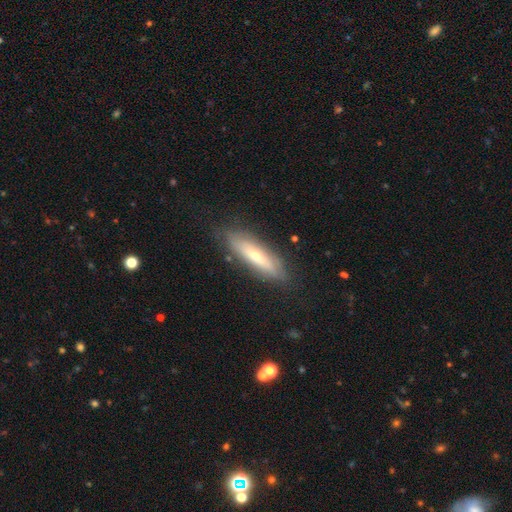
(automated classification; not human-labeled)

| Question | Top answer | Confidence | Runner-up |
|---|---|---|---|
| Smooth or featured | smooth | 51% | featured or disk (42%) |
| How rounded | cigar-shaped | 66% | in between (32%) |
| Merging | none | 81% | minor disturbance (14%) |